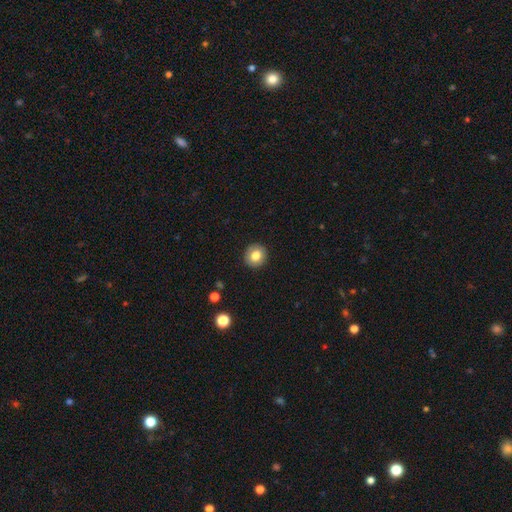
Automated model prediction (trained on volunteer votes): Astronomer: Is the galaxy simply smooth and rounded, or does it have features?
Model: smooth — 81%.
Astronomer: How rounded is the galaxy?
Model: round — 87%.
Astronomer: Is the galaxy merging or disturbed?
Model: none — 91%.